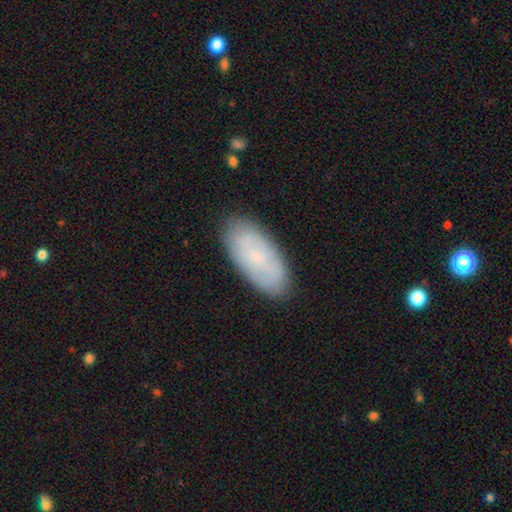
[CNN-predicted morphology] The model was most divided on "smooth or featured": smooth: 64%, featured or disk: 29%, star or artifact: 7%. More confident: how rounded — in between (89%); merging — none (84%).